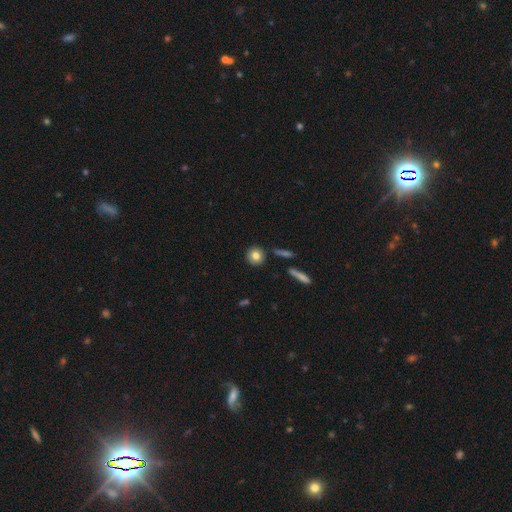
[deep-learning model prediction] Smooth or featured? Predicted: smooth (p=0.80). How rounded? Predicted: round (p=0.89). Merging? Predicted: none (p=0.87).